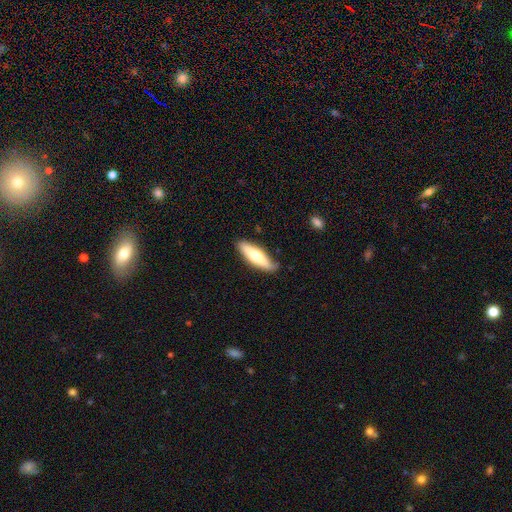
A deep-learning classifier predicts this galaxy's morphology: type=smooth (57%); roundness=cigar-shaped (55%); merging=none (78%).